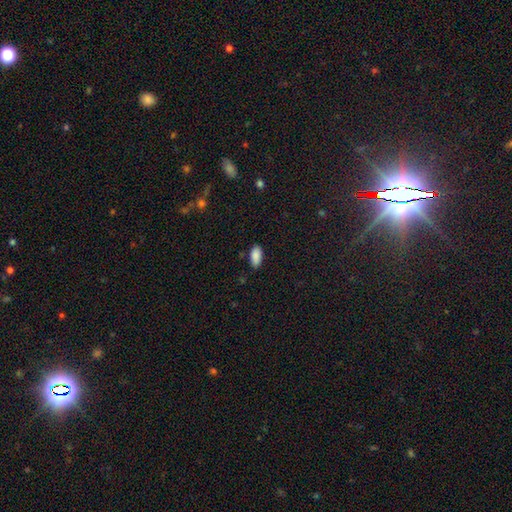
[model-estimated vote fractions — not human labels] Smooth or featured?
  - smooth: 89% *
  - star or artifact: 7%
  - featured or disk: 4%
How rounded?
  - in between: 92% *
  - cigar-shaped: 5%
  - round: 2%
Merging?
  - none: 85% *
  - minor disturbance: 12%
  - major disturbance: 2%
  - merger: 1%